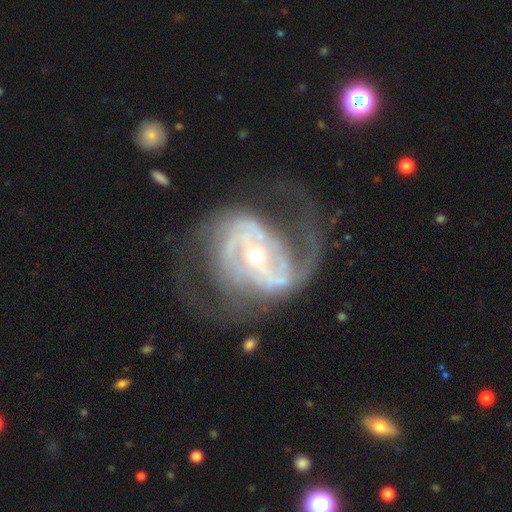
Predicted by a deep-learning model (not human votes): The model was most divided on "bar": strong: 39%, weak: 34%, no: 27%. More confident: edge-on disk — no (97%); spiral arms — yes (95%); smooth or featured — featured or disk (89%); spiral arm count — 2 (67%); bulge size — small (65%); merging — none (54%); spiral winding — medium (50%).